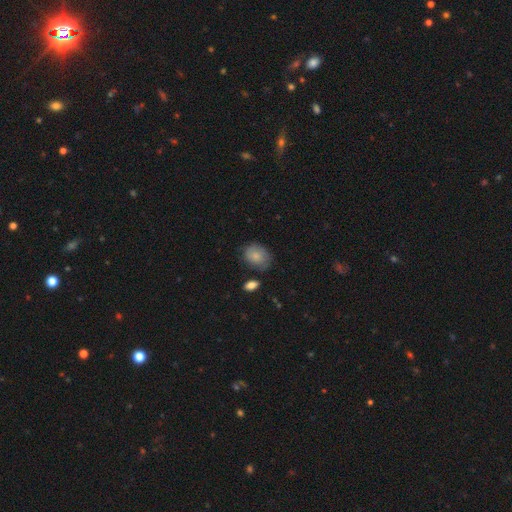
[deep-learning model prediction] This appears to be a smooth galaxy with no disk features (76%) that is in between round and cigar-shaped (57%). Merging: none (62%).